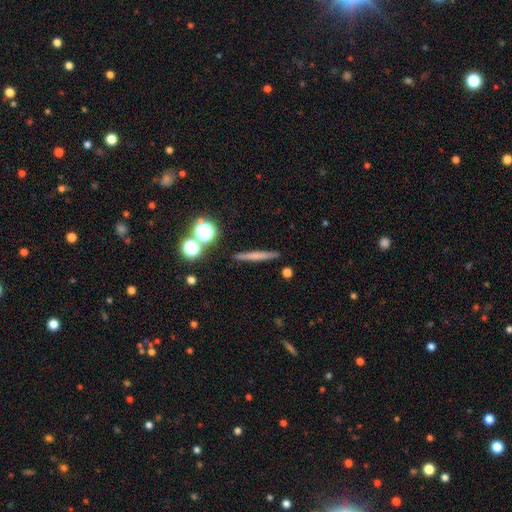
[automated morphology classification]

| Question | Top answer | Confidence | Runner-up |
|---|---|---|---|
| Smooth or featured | smooth | 53% | featured or disk (36%) |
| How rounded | cigar-shaped | 90% | round (5%) |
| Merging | none | 89% | minor disturbance (7%) |